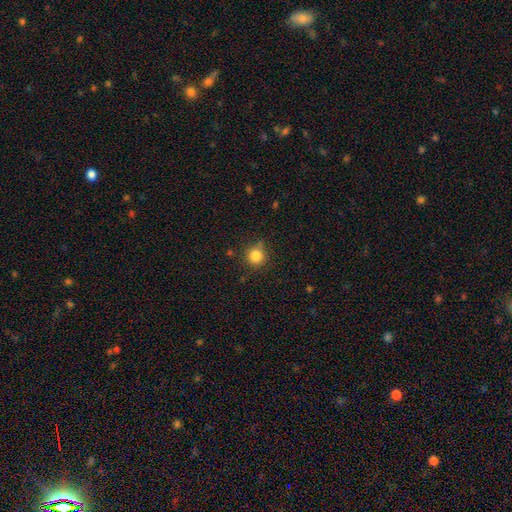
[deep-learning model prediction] smooth 84%, star or artifact 11%, featured or disk 5%. Down the decision tree: how rounded — round (92%); merging — none (79%).